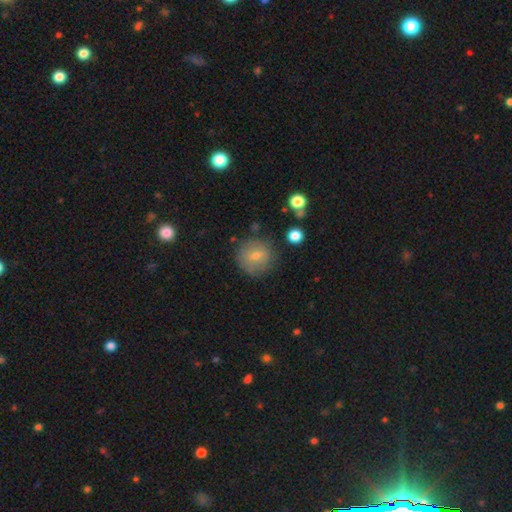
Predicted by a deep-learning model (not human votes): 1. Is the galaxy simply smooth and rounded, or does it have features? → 70% smooth, 18% featured or disk, 12% star or artifact.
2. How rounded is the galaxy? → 90% round, 9% in between, 1% cigar-shaped.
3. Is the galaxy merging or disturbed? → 81% none, 13% minor disturbance, 4% major disturbance, 2% merger.